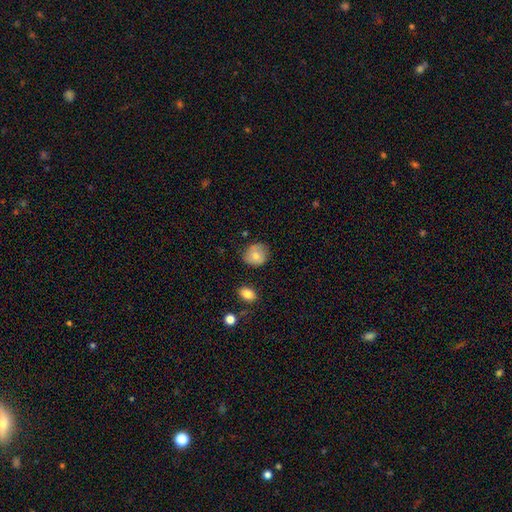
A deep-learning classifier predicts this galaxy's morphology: smooth-or-featured: smooth: 76% | featured or disk: 16% | star or artifact: 8%
  how-rounded: round: 78% | in between: 21% | cigar-shaped: 1%
  merging: none: 74% | minor disturbance: 20% | major disturbance: 4% | merger: 2%